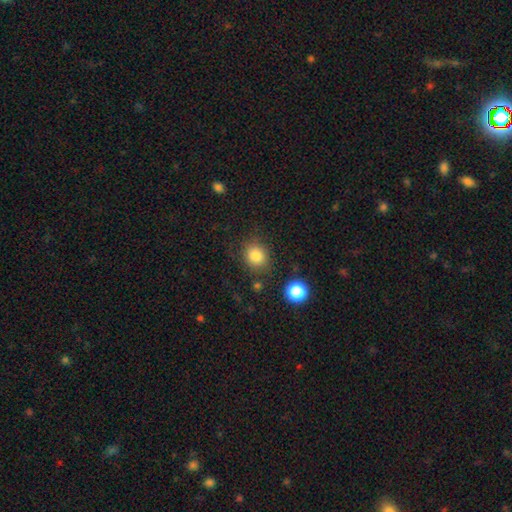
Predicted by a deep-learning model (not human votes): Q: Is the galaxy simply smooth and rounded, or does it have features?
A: smooth — 84%.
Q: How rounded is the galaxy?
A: round — 75%.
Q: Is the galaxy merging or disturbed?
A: none — 79%.